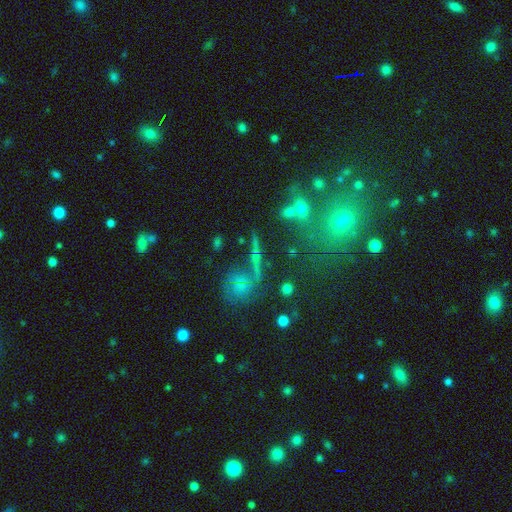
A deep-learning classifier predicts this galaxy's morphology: Smooth or featured: featured or disk — 48% (smooth — 31%)
Merging: none — 63% (merger — 14%)